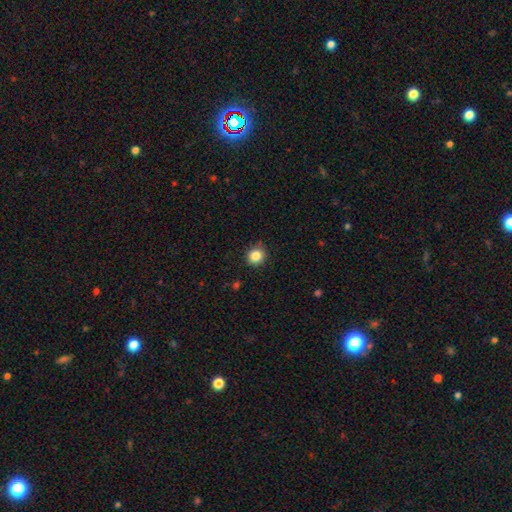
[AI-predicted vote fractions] Smooth or featured: smooth — 85% (star or artifact — 10%)
How rounded: round — 87% (in between — 12%)
Merging: none — 88% (minor disturbance — 8%)